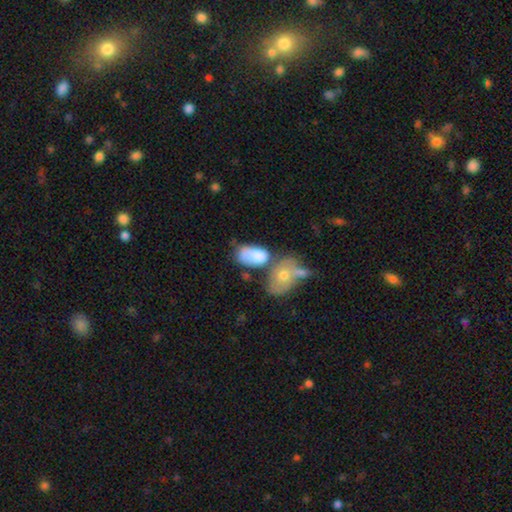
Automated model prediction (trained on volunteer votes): A smooth galaxy with no disk features (75%) that is in between round and cigar-shaped (91%).

Vote fractions:
- Smooth or featured? smooth: 75% / featured or disk: 18% / star or artifact: 7%
- How rounded? in between: 91% / round: 7% / cigar-shaped: 2%
- Merging? merger: 38% / none: 27% / minor disturbance: 21% / major disturbance: 14%